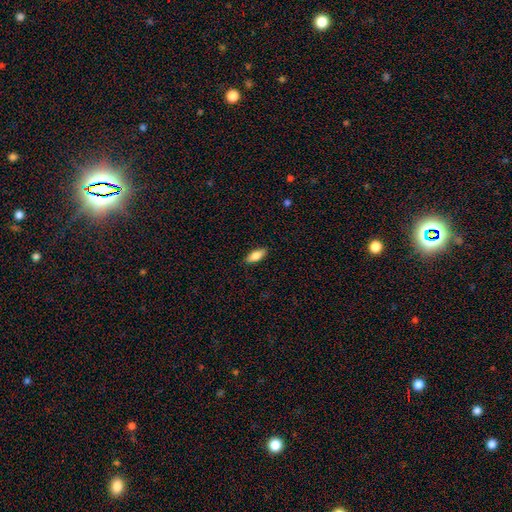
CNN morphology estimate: The model was most divided on "how rounded": in between: 75%, cigar-shaped: 23%, round: 2%. More confident: merging — none (87%); smooth or featured — smooth (78%).